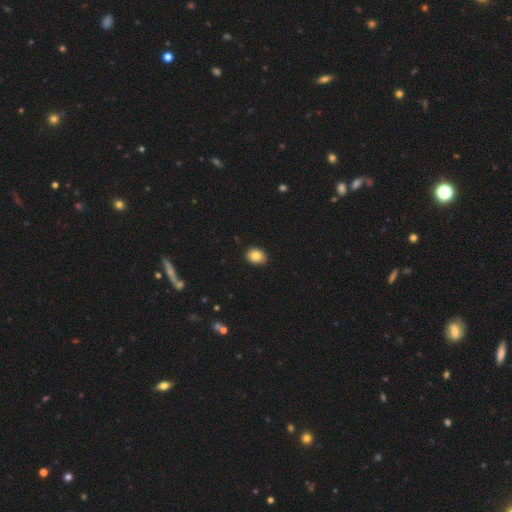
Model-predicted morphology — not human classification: Q: Smooth or featured?
A: smooth (85%); runner-up: star or artifact (9%)
Q: How rounded?
A: in between (65%); runner-up: round (34%)
Q: Merging?
A: none (88%); runner-up: minor disturbance (10%)